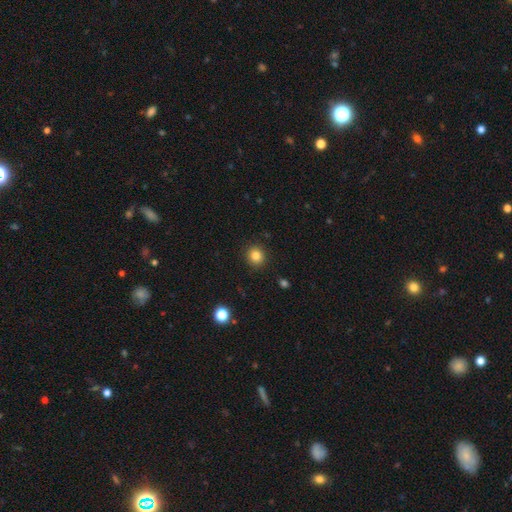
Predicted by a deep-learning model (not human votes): smooth-or-featured: smooth: 83% | star or artifact: 12% | featured or disk: 5%
  how-rounded: round: 90% | in between: 9% | cigar-shaped: 1%
  merging: none: 91% | minor disturbance: 6% | major disturbance: 2% | merger: 1%